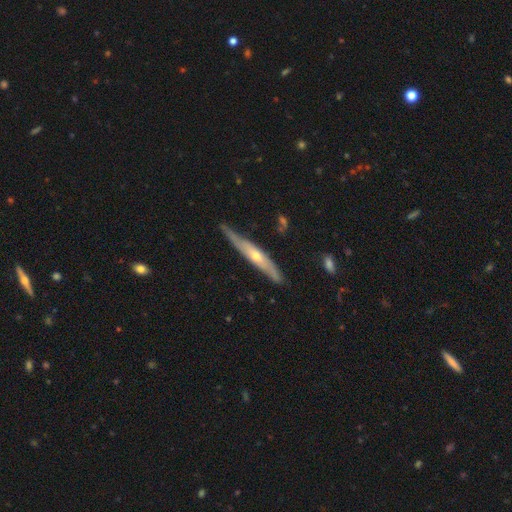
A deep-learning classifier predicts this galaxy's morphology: Overall: featured or disk (70%). Edge-on disk: yes (86%). Edge-on bulge: rounded (78%). Merging: none (71%).